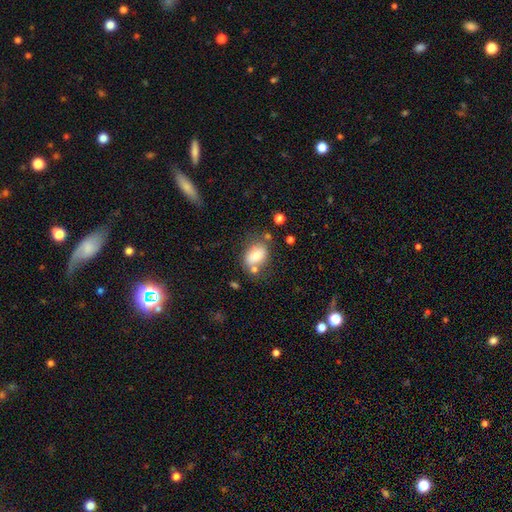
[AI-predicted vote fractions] This appears to be a smooth galaxy with no disk features (69%) that is in between round and cigar-shaped (70%). Merging: none (62%).